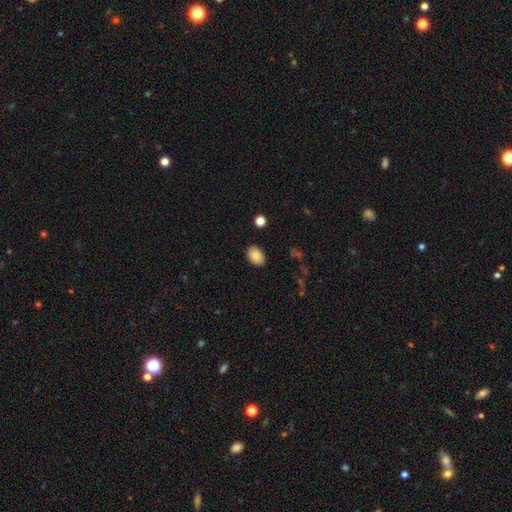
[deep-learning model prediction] smooth 87%, star or artifact 8%, featured or disk 5%. Down the decision tree: how rounded — in between (84%); merging — none (87%).